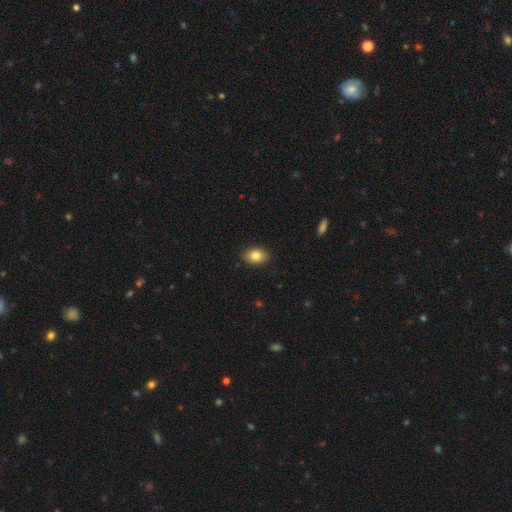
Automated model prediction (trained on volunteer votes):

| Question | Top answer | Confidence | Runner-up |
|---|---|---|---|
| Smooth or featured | smooth | 84% | featured or disk (8%) |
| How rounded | in between | 79% | round (20%) |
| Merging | none | 89% | minor disturbance (9%) |